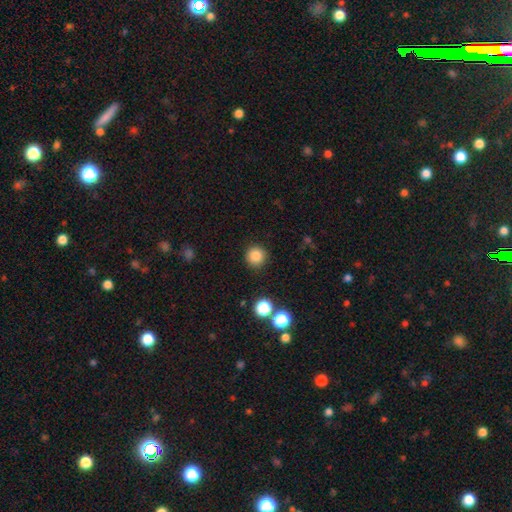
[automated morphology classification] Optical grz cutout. It shows a smooth galaxy with no disk features (84%) that is round (95%). Merging: none (90%).